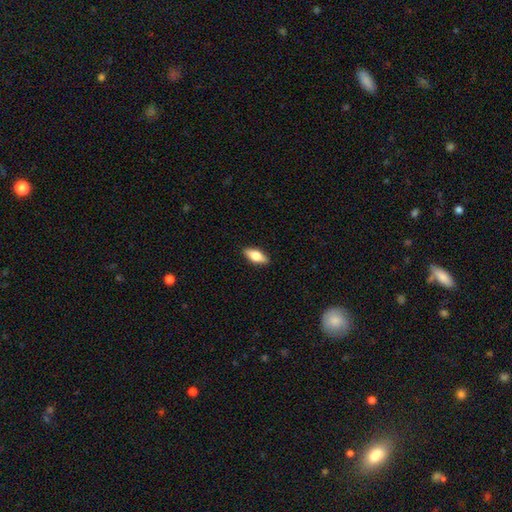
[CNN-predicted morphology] type=smooth (69%); roundness=in between (77%); merging=none (89%).